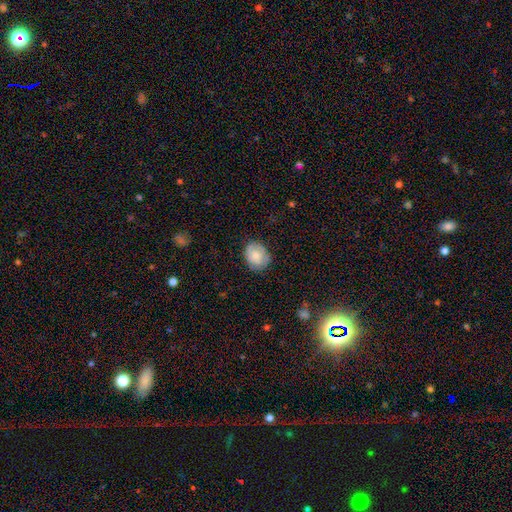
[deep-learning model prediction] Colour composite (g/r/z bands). It shows a smooth galaxy with no disk features (76%) that is round (54%). Merging: none (75%).